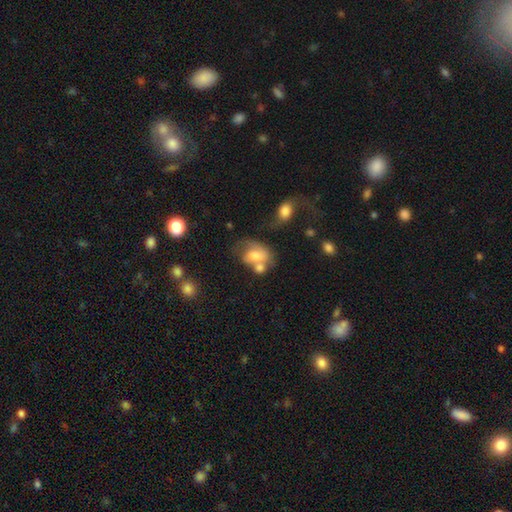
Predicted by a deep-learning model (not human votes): Smooth or featured: smooth — 52% (featured or disk — 38%)
How rounded: in between — 72% (round — 26%)
Merging: merger — 38% (none — 24%)